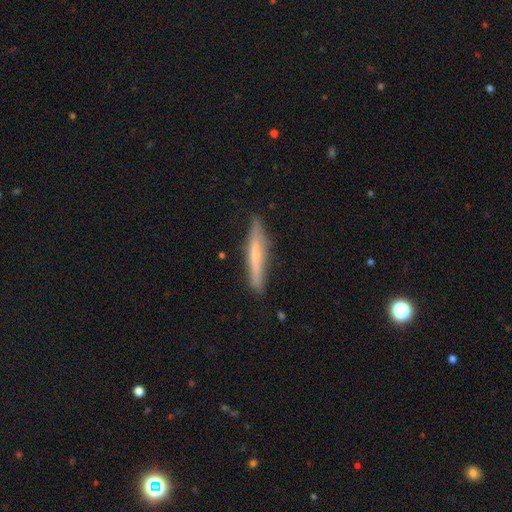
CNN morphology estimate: Smooth or featured?
  - smooth: 50% *
  - featured or disk: 44%
  - star or artifact: 6%
Merging?
  - none: 81% *
  - minor disturbance: 14%
  - major disturbance: 3%
  - merger: 2%